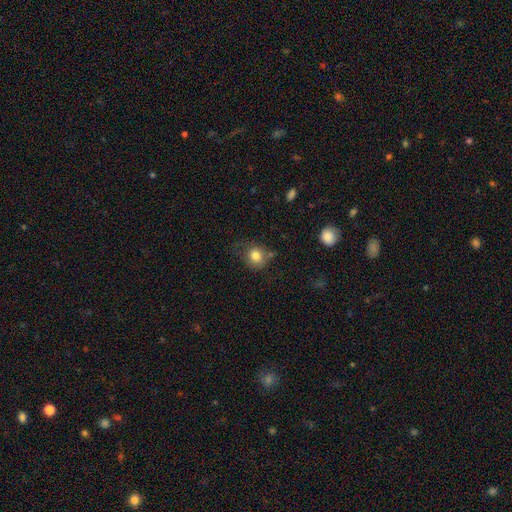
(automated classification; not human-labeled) Q: Smooth or featured?
A: smooth (81%); runner-up: star or artifact (10%)
Q: How rounded?
A: round (82%); runner-up: in between (17%)
Q: Merging?
A: none (63%); runner-up: minor disturbance (22%)